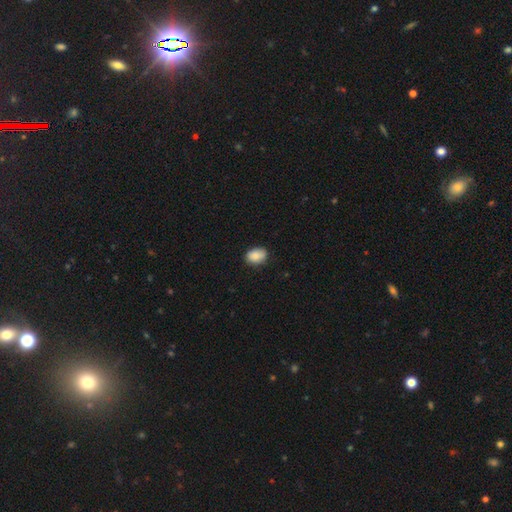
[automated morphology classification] Smooth or featured? smooth (88%)
How rounded? in between (80%)
Merging? none (80%)